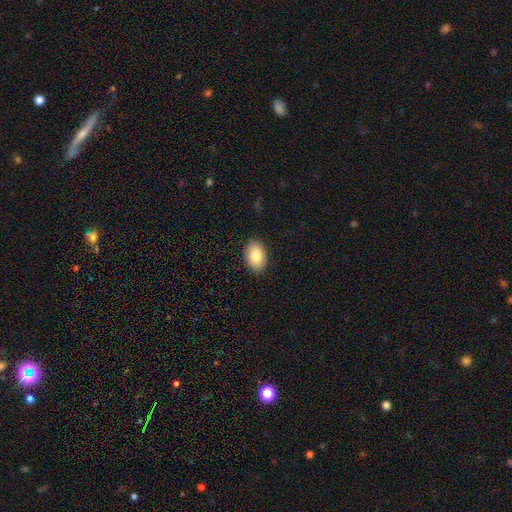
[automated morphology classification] This appears to be a smooth galaxy with no disk features (84%) that is in between round and cigar-shaped (87%). Merging: none (90%).